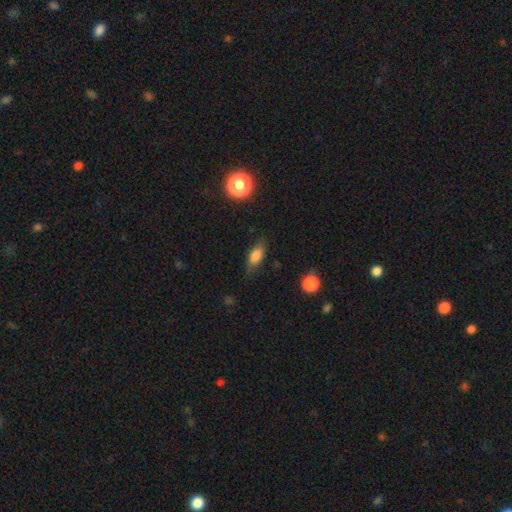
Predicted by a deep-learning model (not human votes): A smooth galaxy with no disk features (77%) that is in between round and cigar-shaped (81%).

Vote fractions:
- Smooth or featured? smooth: 77% / featured or disk: 14% / star or artifact: 9%
- How rounded? in between: 81% / cigar-shaped: 13% / round: 7%
- Merging? none: 73% / minor disturbance: 20% / major disturbance: 6% / merger: 1%